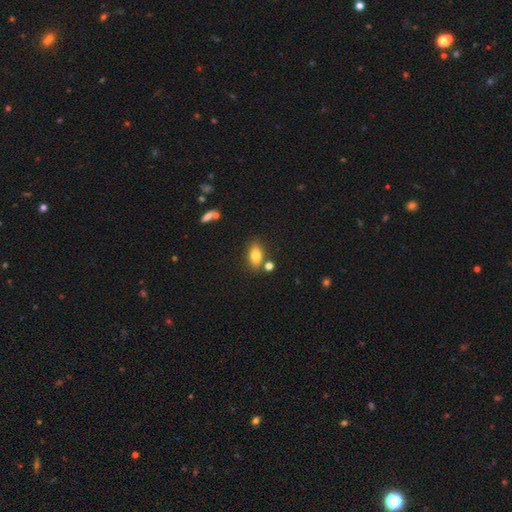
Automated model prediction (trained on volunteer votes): smooth_or_featured: smooth (p=0.79) [alt: featured or disk p=0.12]
how_rounded: in between (p=0.86) [alt: round p=0.09]
merging: none (p=0.76) [alt: minor disturbance p=0.12]